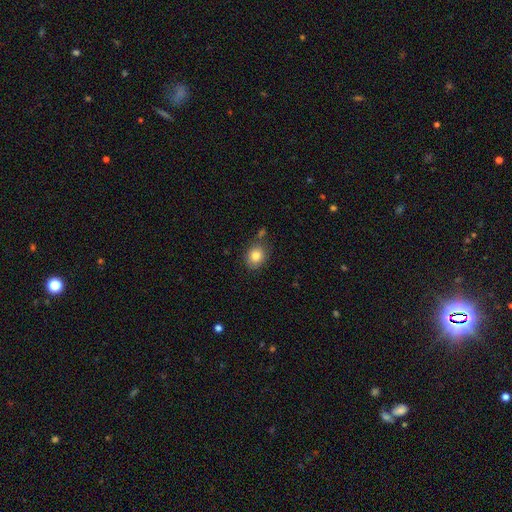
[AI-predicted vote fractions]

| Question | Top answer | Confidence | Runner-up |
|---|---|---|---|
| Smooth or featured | smooth | 83% | star or artifact (9%) |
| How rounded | round | 59% | in between (40%) |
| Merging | none | 75% | minor disturbance (15%) |